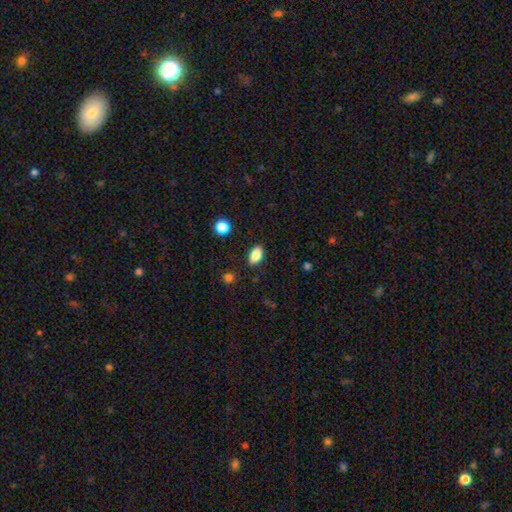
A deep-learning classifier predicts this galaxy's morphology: Overall: smooth (87%). How rounded: in between (90%). Merging: none (86%).